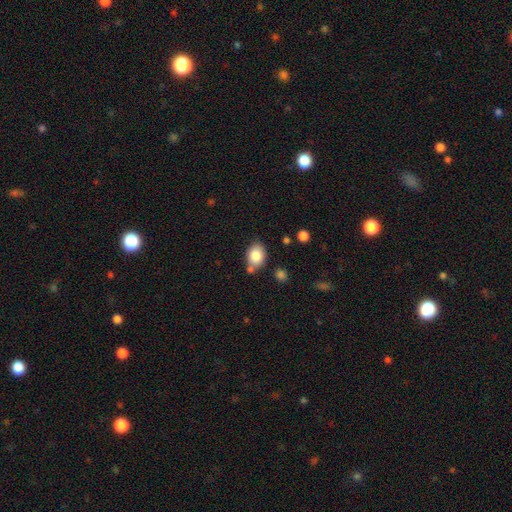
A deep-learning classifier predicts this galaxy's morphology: A smooth galaxy with no disk features (83%) that is in between round and cigar-shaped (66%).

Vote fractions:
- Smooth or featured? smooth: 83% / featured or disk: 9% / star or artifact: 8%
- How rounded? in between: 66% / round: 33% / cigar-shaped: 1%
- Merging? none: 69% / minor disturbance: 15% / merger: 13% / major disturbance: 4%